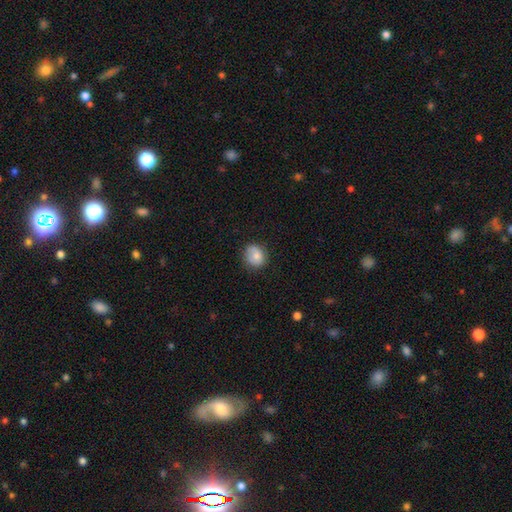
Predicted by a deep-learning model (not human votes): Smooth or featured: smooth — 80% (featured or disk — 12%)
How rounded: round — 77% (in between — 22%)
Merging: none — 76% (minor disturbance — 18%)